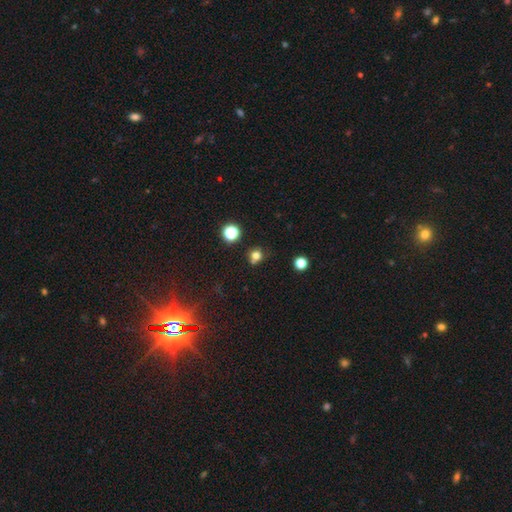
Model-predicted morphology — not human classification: Q: Smooth or featured?
A: smooth (73%); runner-up: star or artifact (19%)
Q: How rounded?
A: round (87%); runner-up: in between (12%)
Q: Merging?
A: none (67%); runner-up: merger (16%)